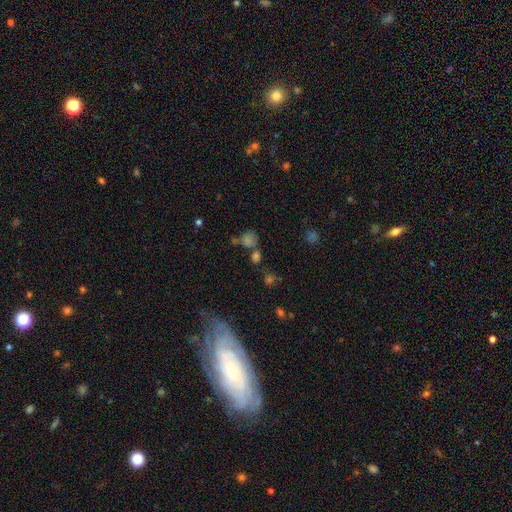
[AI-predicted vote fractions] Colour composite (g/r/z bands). It shows a smooth galaxy with no disk features (42%). Merging: none (56%).